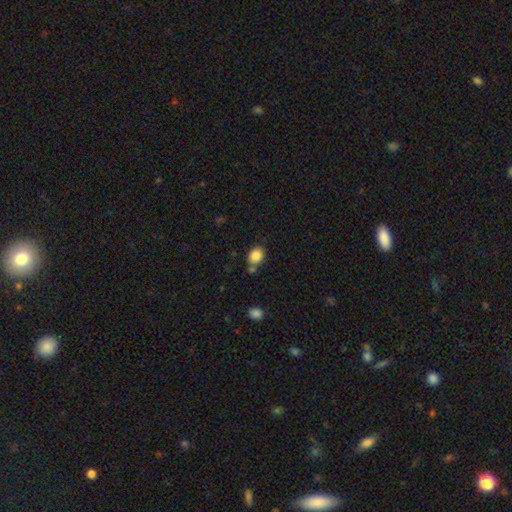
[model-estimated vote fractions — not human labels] A smooth galaxy with no disk features (86%) that is in between round and cigar-shaped (51%).

Vote fractions:
- Smooth or featured? smooth: 86% / star or artifact: 9% / featured or disk: 5%
- How rounded? in between: 51% / round: 48% / cigar-shaped: 1%
- Merging? none: 65% / merger: 16% / minor disturbance: 15% / major disturbance: 4%